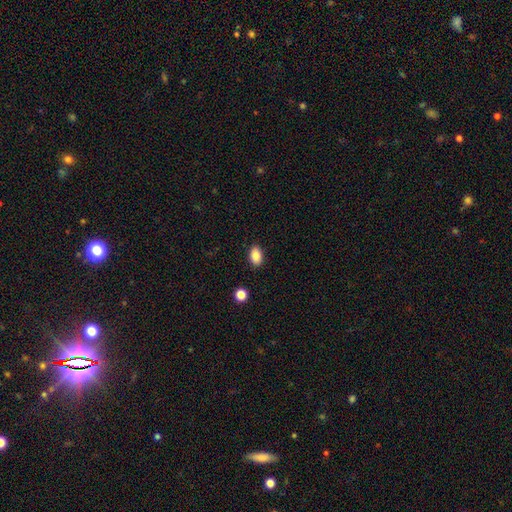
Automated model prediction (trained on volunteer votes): Q: Smooth or featured?
A: smooth (86%); runner-up: star or artifact (9%)
Q: How rounded?
A: in between (88%); runner-up: round (11%)
Q: Merging?
A: none (88%); runner-up: minor disturbance (8%)